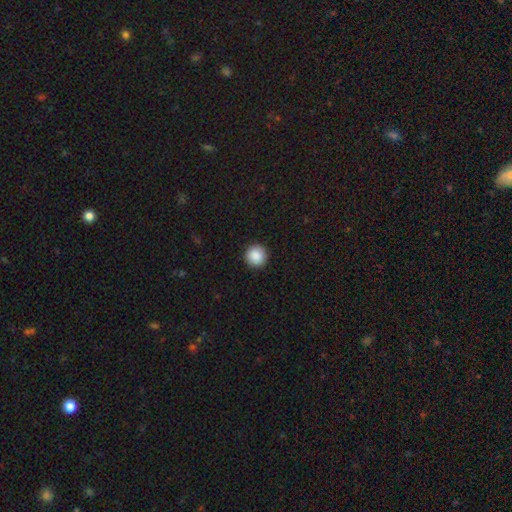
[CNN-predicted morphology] Q: Smooth or featured?
A: smooth (89%); runner-up: star or artifact (8%)
Q: How rounded?
A: round (95%); runner-up: in between (4%)
Q: Merging?
A: none (93%); runner-up: minor disturbance (5%)